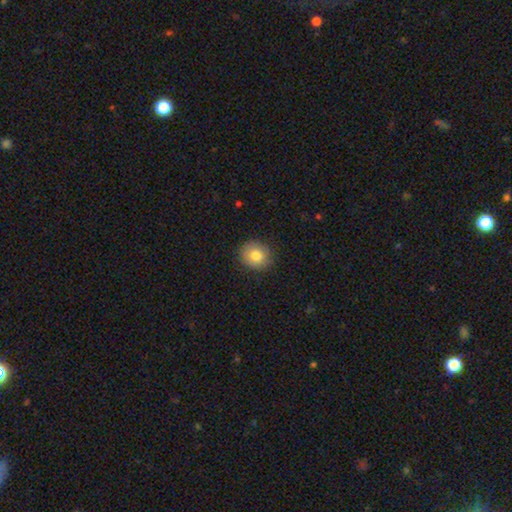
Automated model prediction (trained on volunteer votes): A smooth galaxy with no disk features (81%) that is round (78%). Merging: none (88%).